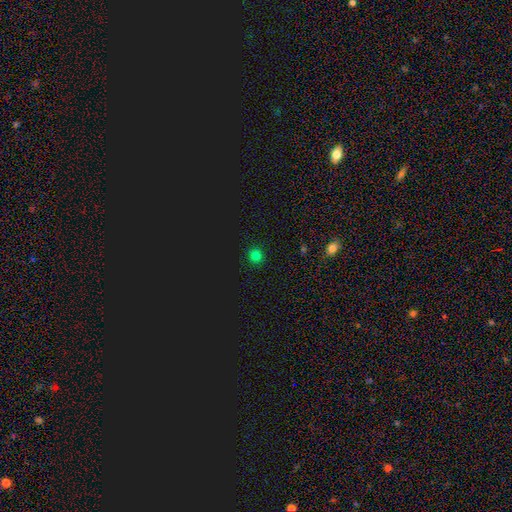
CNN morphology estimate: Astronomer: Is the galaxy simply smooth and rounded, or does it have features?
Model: smooth — 72%.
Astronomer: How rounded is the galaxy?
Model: round — 87%.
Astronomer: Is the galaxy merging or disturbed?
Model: none — 90%.